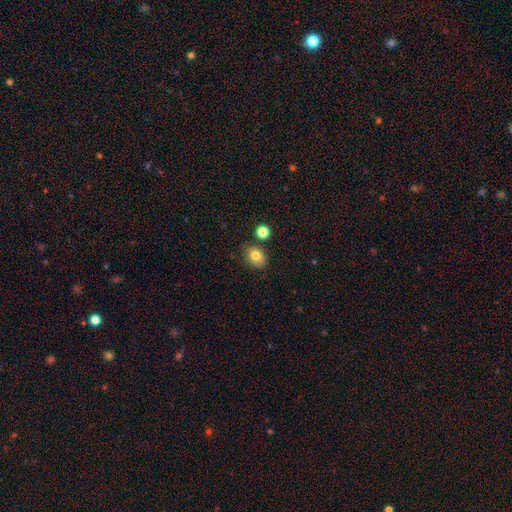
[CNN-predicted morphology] type=smooth (80%); roundness=in between (55%); merging=none (78%).